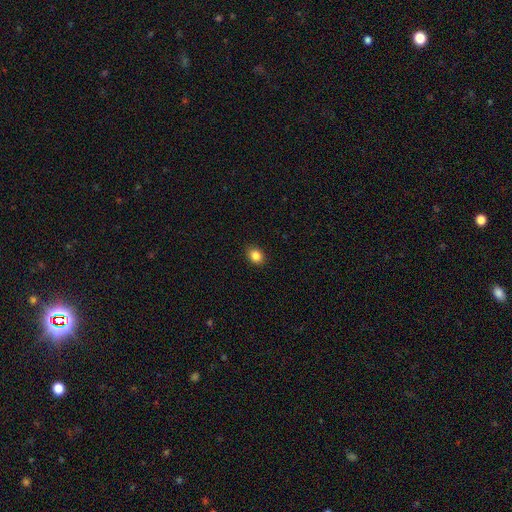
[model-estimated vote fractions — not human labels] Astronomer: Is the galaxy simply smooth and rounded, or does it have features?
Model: smooth — 85%.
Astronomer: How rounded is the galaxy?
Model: in between — 50% (runner-up: round, 49%).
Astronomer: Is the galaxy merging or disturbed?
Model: none — 91%.